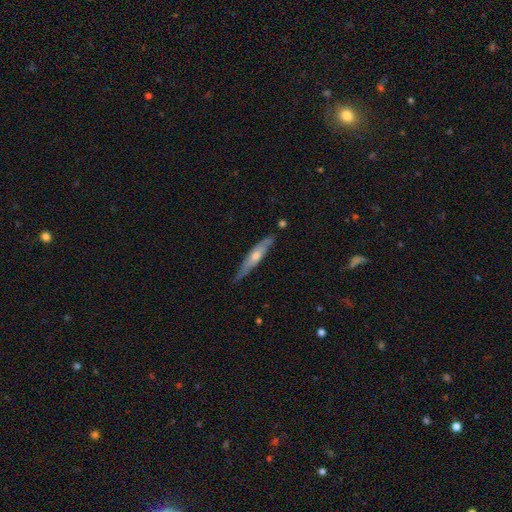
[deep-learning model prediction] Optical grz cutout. It shows a featured or disk galaxy (57%) viewed edge-on (82%). Merging: none (76%).